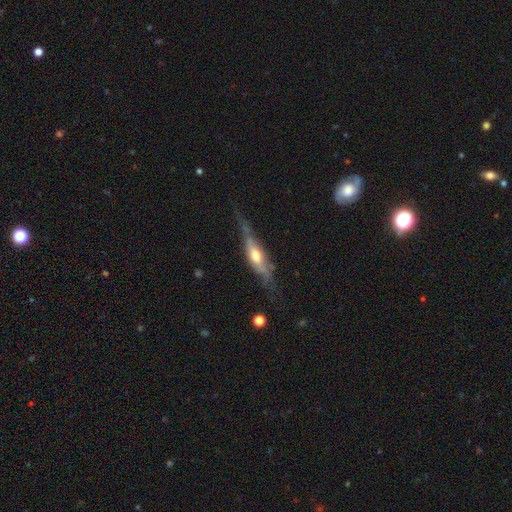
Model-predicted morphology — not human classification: smooth-or-featured: featured or disk: 64% | smooth: 31% | star or artifact: 6%
  disk-edge-on: yes: 75% | no: 25%
  merging: none: 51% | minor disturbance: 29% | major disturbance: 17% | merger: 3%